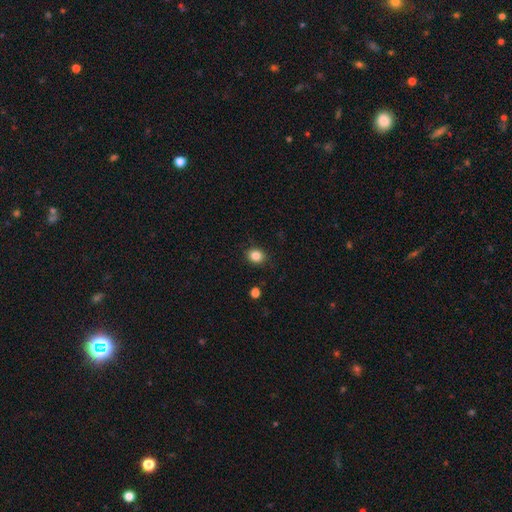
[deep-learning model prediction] A smooth galaxy with no disk features (85%) that is round (66%). Merging: none (88%).